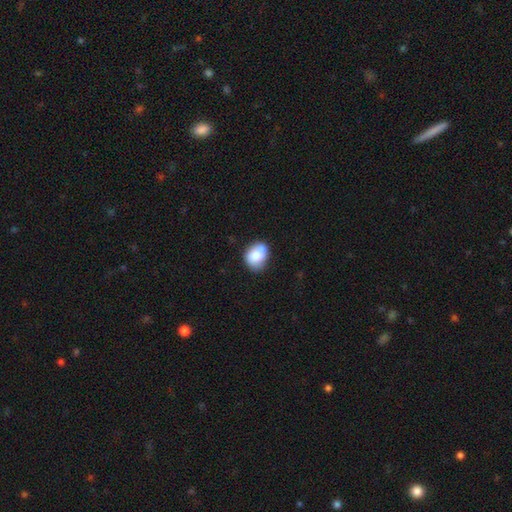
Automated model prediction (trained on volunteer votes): This is likely a smooth galaxy (73%). How rounded: possibly round (53%). Merging: possibly none (47%).